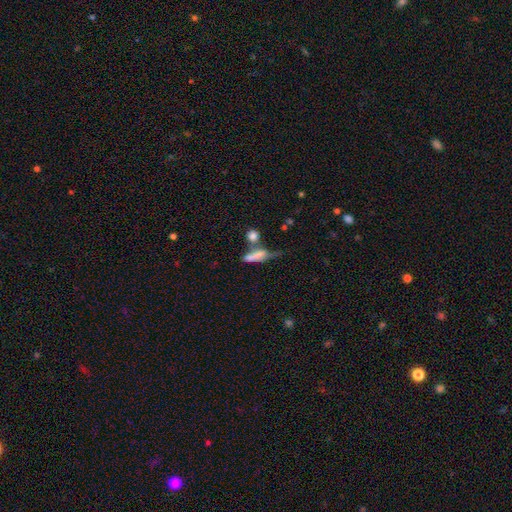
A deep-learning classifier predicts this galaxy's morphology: Smooth or featured? Predicted: smooth (p=0.63). How rounded? Predicted: cigar-shaped (p=0.51). Merging? Predicted: merger (p=0.35).